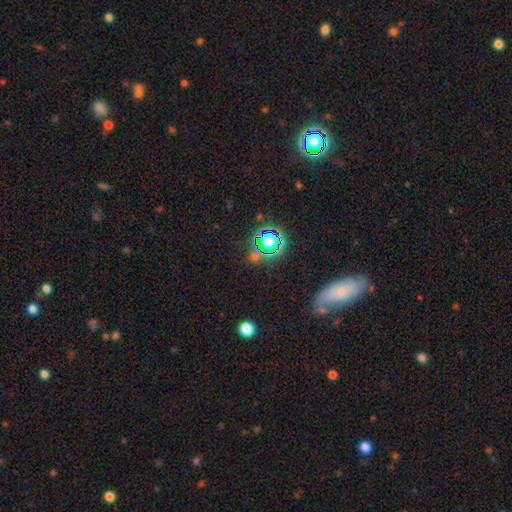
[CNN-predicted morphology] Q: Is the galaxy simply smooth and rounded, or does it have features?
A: star or artifact — 54%.